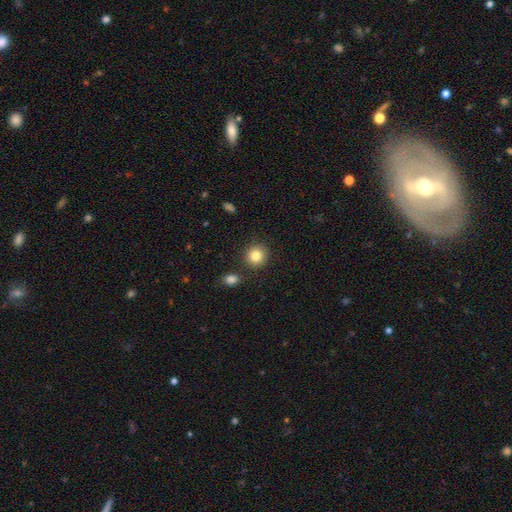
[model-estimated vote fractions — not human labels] Smooth or featured? smooth (84%)
How rounded? round (89%)
Merging? none (86%)